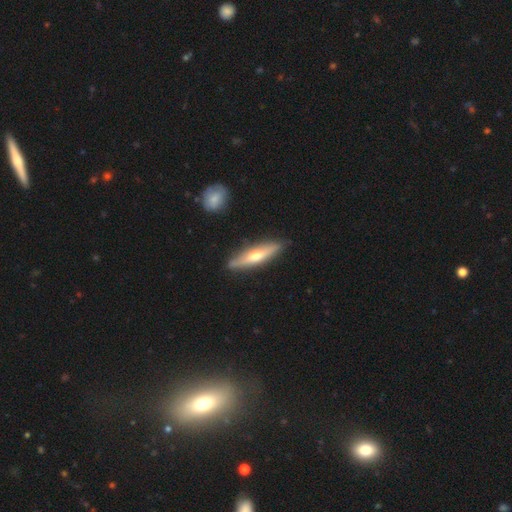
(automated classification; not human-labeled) The model was most divided on "smooth or featured": featured or disk: 52%, smooth: 43%, star or artifact: 5%. More confident: edge-on disk — yes (88%); merging — none (86%).